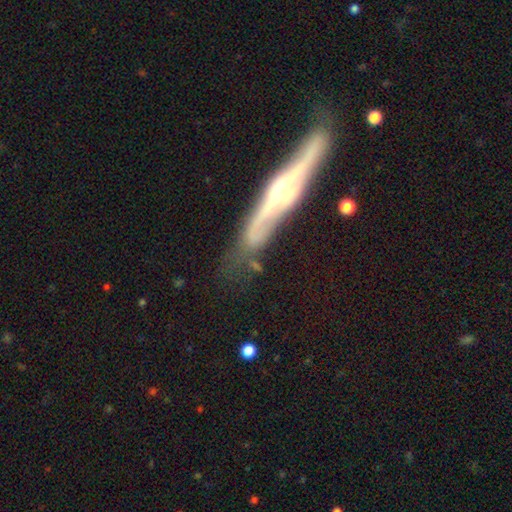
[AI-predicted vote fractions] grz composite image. It shows a featured or disk galaxy (81%) viewed edge-on (83%) with a rounded central bulge (77%). Merging: none (72%).